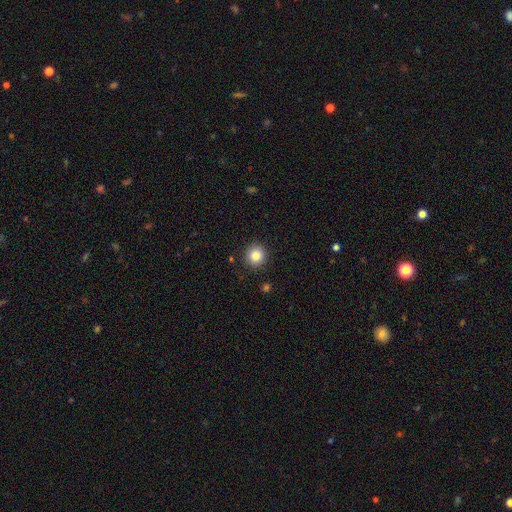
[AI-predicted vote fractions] Morphology: type=smooth (84%); roundness=round (93%); merging=none (91%).